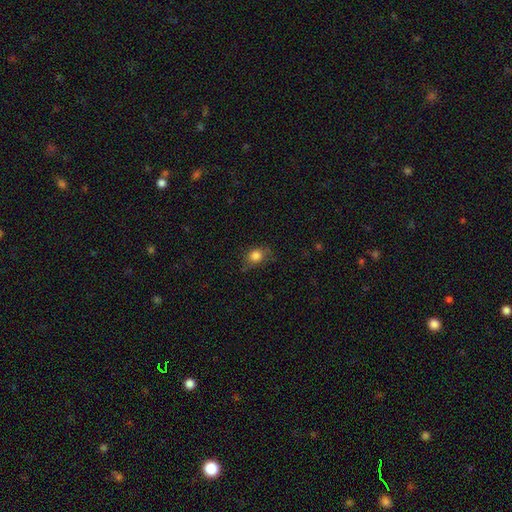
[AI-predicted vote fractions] Morphology: type=smooth (82%); roundness=round (50%); merging=none (68%).